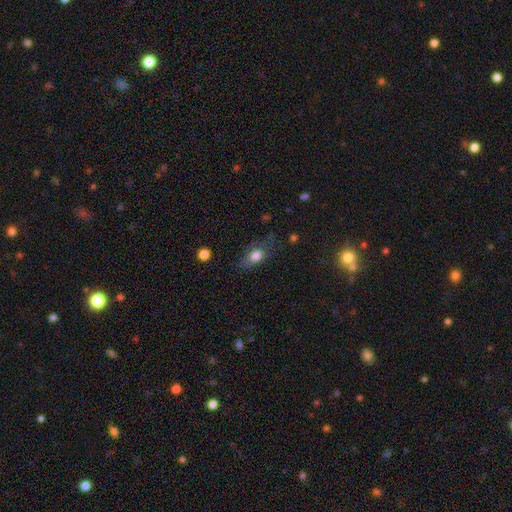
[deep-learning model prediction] Smooth or featured: smooth — 75% (featured or disk — 16%)
How rounded: in between — 78% (round — 15%)
Merging: none — 62% (minor disturbance — 25%)